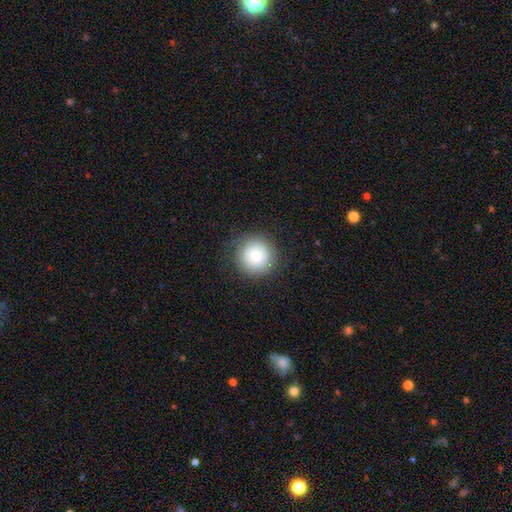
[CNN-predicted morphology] smooth 81%, featured or disk 10%, star or artifact 9%. Down the decision tree: how rounded — round (95%); merging — none (85%).